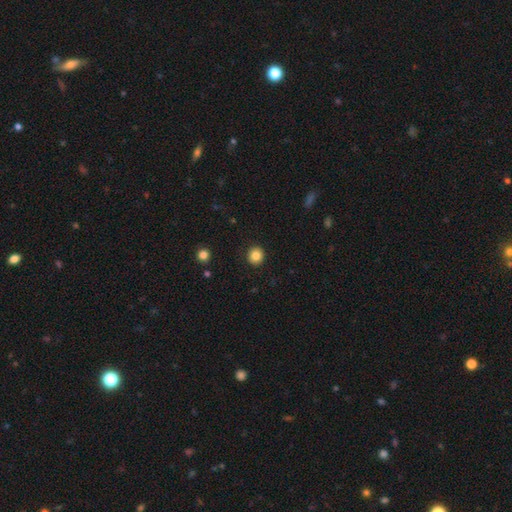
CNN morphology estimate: The model was most divided on "smooth or featured": smooth: 84%, star or artifact: 11%, featured or disk: 5%. More confident: merging — none (92%); how rounded — round (90%).